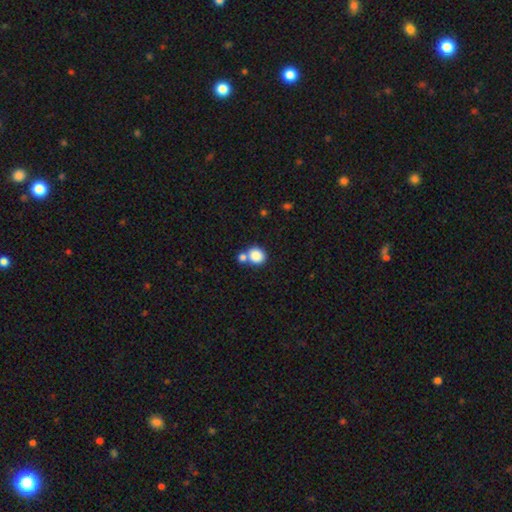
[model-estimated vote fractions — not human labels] Smooth or featured? Predicted: smooth (p=0.85). How rounded? Predicted: round (p=0.76). Merging? Predicted: none (p=0.51).